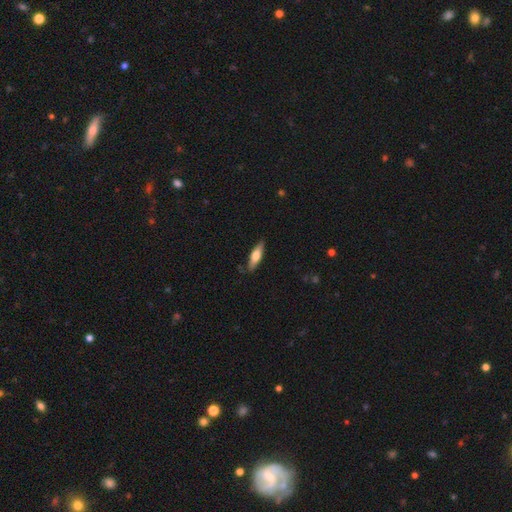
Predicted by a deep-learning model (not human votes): Morphology: type=smooth (60%); roundness=cigar-shaped (62%); merging=none (84%).